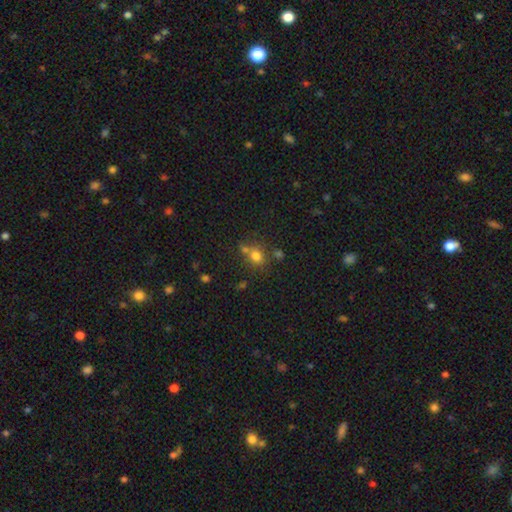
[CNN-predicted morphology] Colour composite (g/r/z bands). It shows a smooth galaxy with no disk features (72%) that is round (73%). Merging: none (61%).